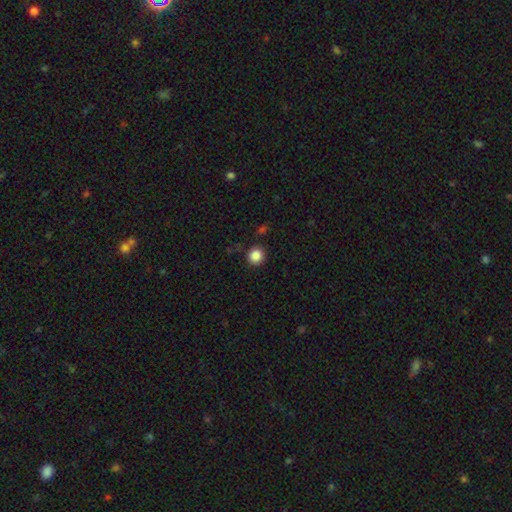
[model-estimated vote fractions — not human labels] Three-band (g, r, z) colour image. It shows a smooth galaxy with no disk features (86%) that is round (92%). Merging: none (89%).